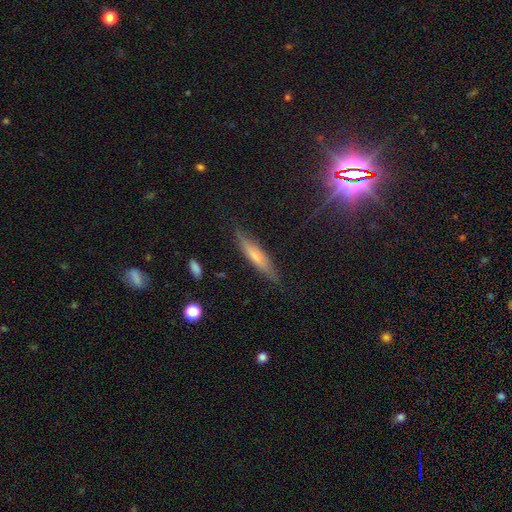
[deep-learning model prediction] smooth-or-featured: smooth: 51% | featured or disk: 40% | star or artifact: 8%
  how-rounded: cigar-shaped: 86% | in between: 13% | round: 2%
  merging: none: 81% | minor disturbance: 15% | major disturbance: 3% | merger: 2%